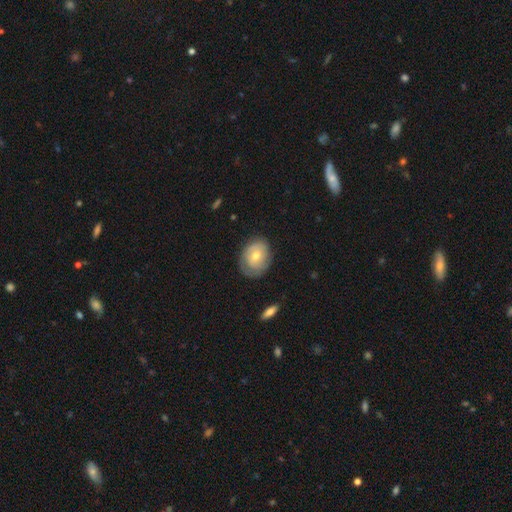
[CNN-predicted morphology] A featured or disk galaxy (49%).

Vote fractions:
- Smooth or featured? featured or disk: 49% / smooth: 44% / star or artifact: 7%
- Merging? none: 73% / minor disturbance: 20% / major disturbance: 6% / merger: 1%